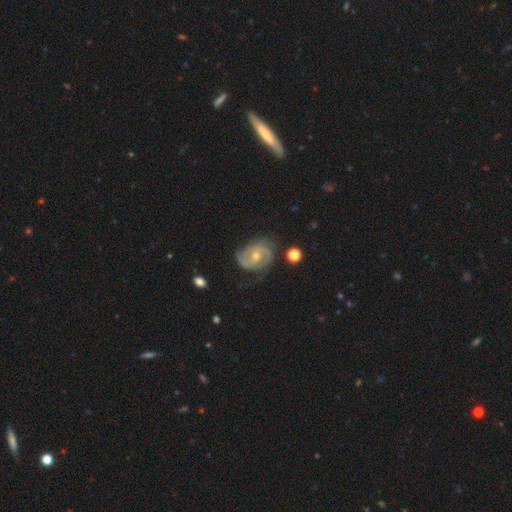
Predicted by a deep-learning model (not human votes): This is clearly a featured or disk galaxy (86%). It is clearly not viewed edge-on (98%). Bar: possibly weak (46%). Spiral arm pattern: clearly yes (96%). Spiral arm count: likely 2 (72%). Spiral winding: possibly medium (50%). Central bulge: possibly moderate (51%). Merging: likely none (66%).